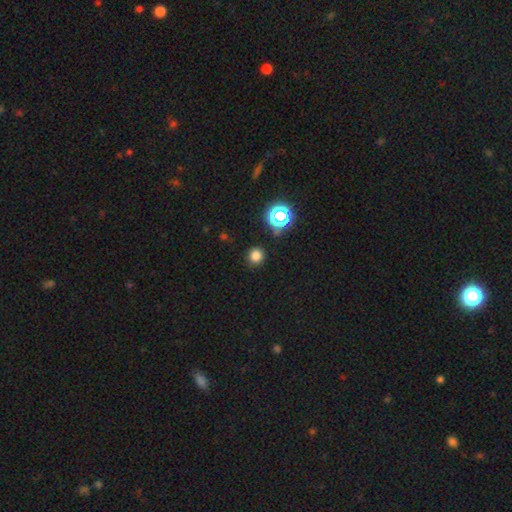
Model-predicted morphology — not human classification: This is likely a smooth galaxy (76%). How rounded: clearly round (92%). Merging: clearly none (89%).